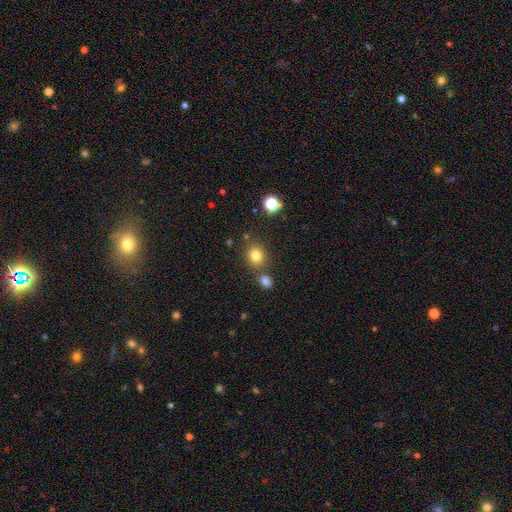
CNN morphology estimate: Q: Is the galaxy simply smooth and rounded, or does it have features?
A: smooth — 79%.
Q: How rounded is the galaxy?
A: round — 76%.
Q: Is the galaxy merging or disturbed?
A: none — 73%.